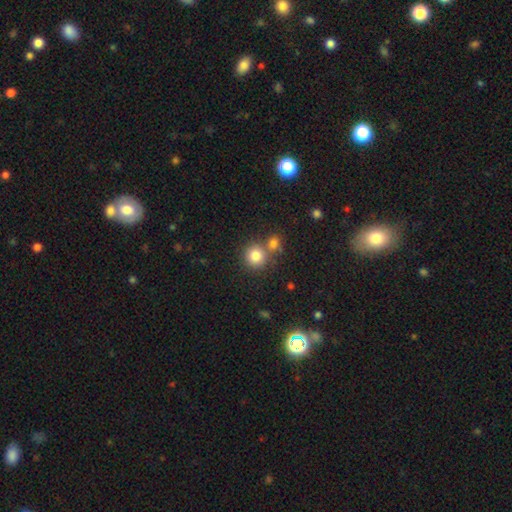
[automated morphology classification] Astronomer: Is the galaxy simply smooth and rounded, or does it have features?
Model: smooth — 82%.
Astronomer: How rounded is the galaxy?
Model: round — 91%.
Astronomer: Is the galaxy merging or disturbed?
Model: none — 62%.